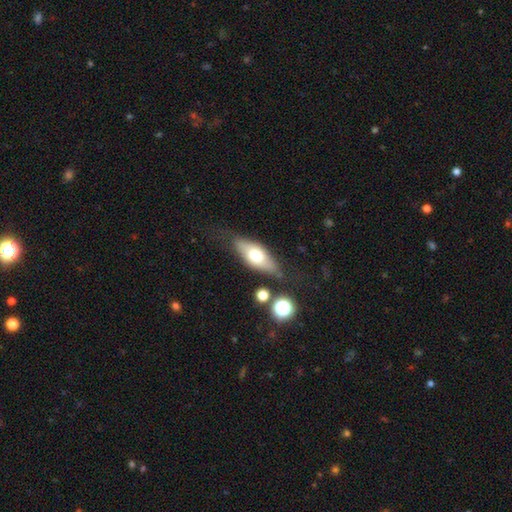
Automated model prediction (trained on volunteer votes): Morphology: type=smooth (58%); roundness=in between (74%); merging=none (72%).